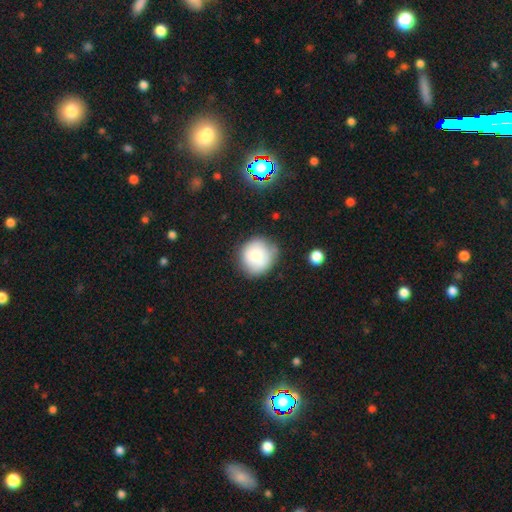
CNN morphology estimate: Smooth or featured? smooth (73%)
How rounded? round (88%)
Merging? none (71%)